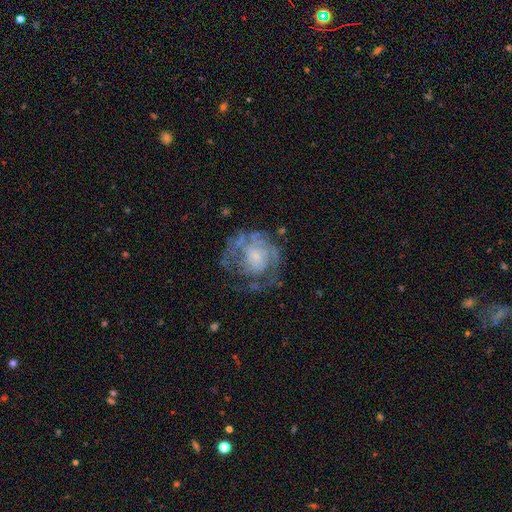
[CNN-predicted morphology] This is likely a featured or disk galaxy (76%). It is clearly not viewed edge-on (98%). Bar: likely no (74%). Spiral arm pattern: clearly yes (82%). Spiral arm count: marginally can't tell (43%). Spiral winding: possibly tight (56%). Central bulge: likely small (66%). Merging: possibly none (54%).